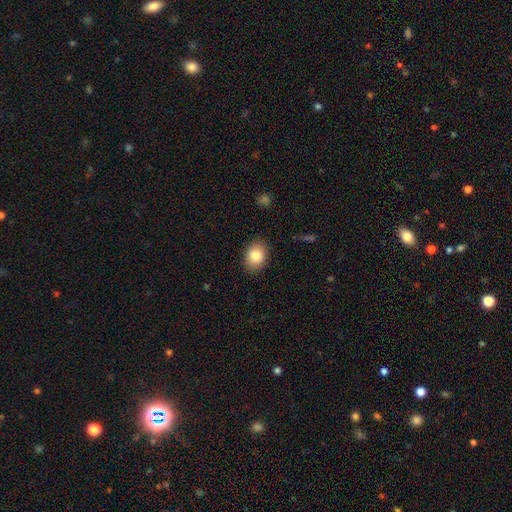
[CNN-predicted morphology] Q: Smooth or featured?
A: smooth (84%); runner-up: star or artifact (8%)
Q: How rounded?
A: in between (65%); runner-up: round (34%)
Q: Merging?
A: none (88%); runner-up: minor disturbance (9%)